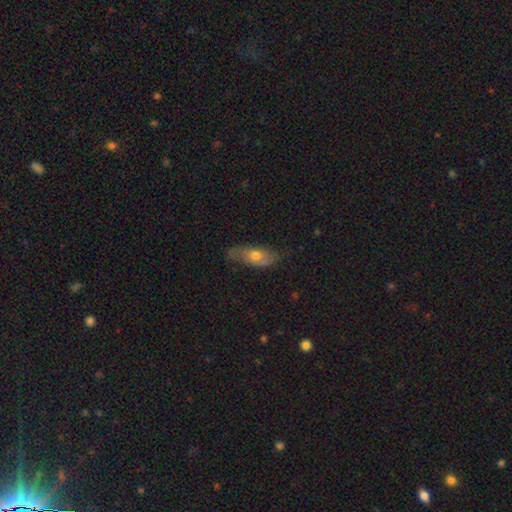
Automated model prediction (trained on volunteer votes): smooth 51%, featured or disk 41%, star or artifact 8%. Down the decision tree: how rounded — in between (71%); merging — none (68%).